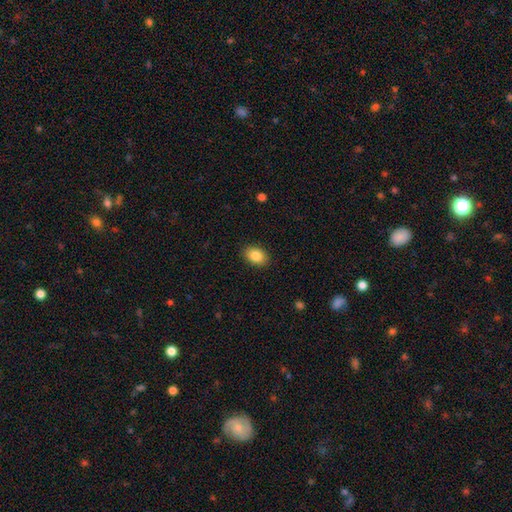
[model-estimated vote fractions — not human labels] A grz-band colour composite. It shows a smooth galaxy with no disk features (86%) that is in between round and cigar-shaped (80%). Merging: none (89%).